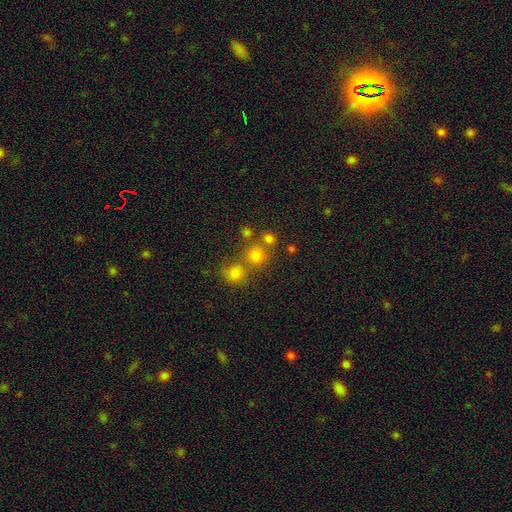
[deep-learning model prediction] A smooth galaxy with no disk features (70%) that is round (89%). Merging: none (58%).